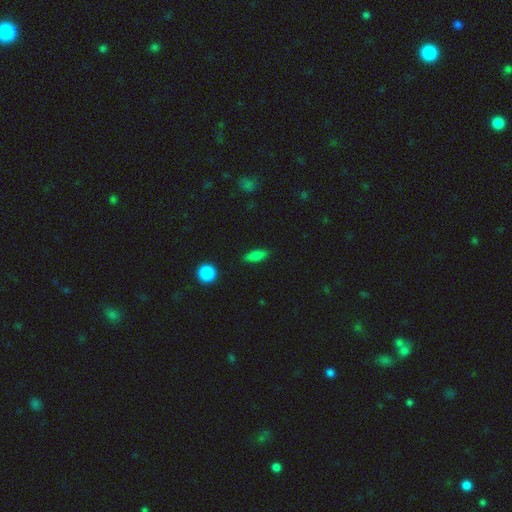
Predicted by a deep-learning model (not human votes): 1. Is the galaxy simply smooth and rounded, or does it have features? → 80% smooth, 11% featured or disk, 9% star or artifact.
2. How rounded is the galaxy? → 58% in between, 37% cigar-shaped, 4% round.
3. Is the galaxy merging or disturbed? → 86% none, 10% minor disturbance, 2% major disturbance, 2% merger.